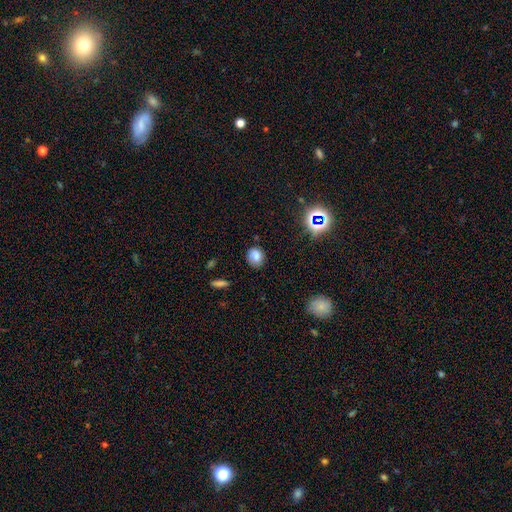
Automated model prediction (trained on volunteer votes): The model was most divided on "how rounded": round: 66%, in between: 32%, cigar-shaped: 1%. More confident: merging — none (79%); smooth or featured — smooth (78%).